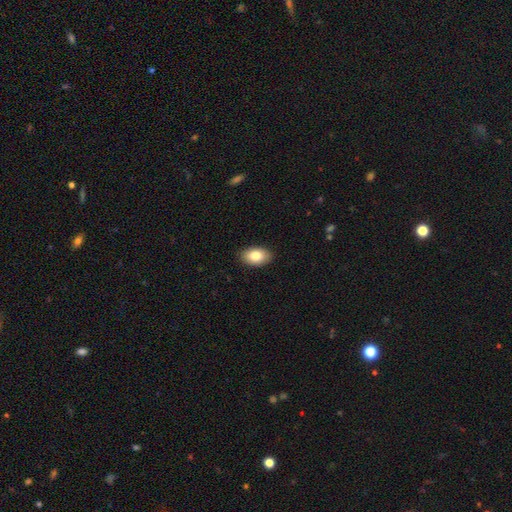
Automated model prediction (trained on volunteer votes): Overall: smooth (85%). How rounded: in between (91%). Merging: none (89%).